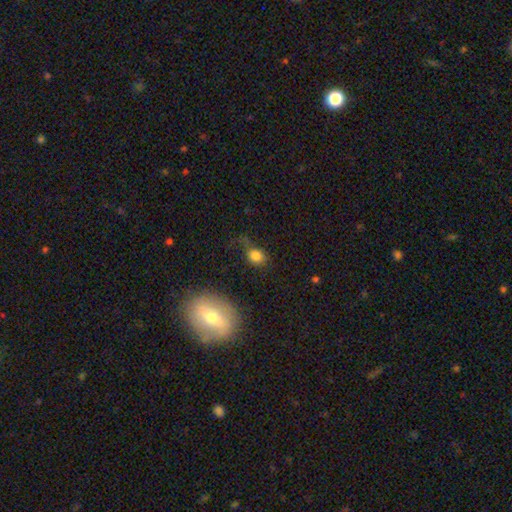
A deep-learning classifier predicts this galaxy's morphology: smooth-or-featured: smooth: 78% | star or artifact: 12% | featured or disk: 10%
  how-rounded: round: 52% | in between: 45% | cigar-shaped: 2%
  merging: none: 47% | minor disturbance: 24% | major disturbance: 21% | merger: 7%